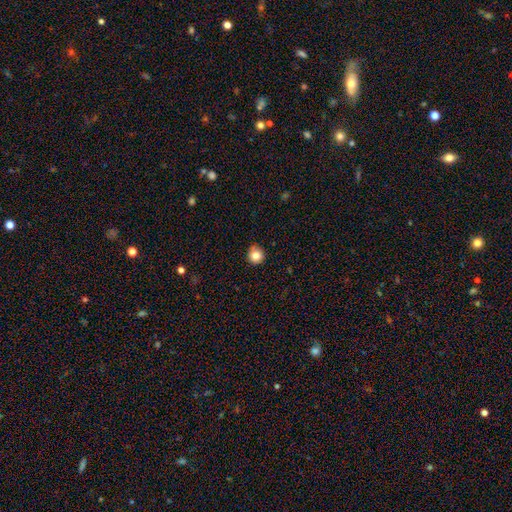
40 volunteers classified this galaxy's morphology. Smooth or featured? 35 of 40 (88%) said smooth. How rounded? 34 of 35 (97%) said round. Merging? 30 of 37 (81%) said none.